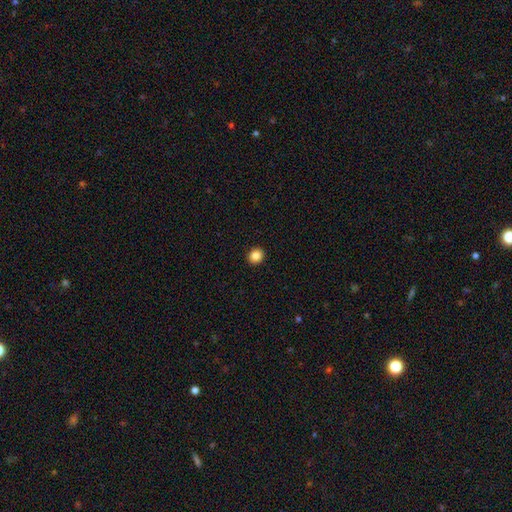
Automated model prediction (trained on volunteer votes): A smooth galaxy with no disk features (85%) that is round (78%). Merging: none (93%).